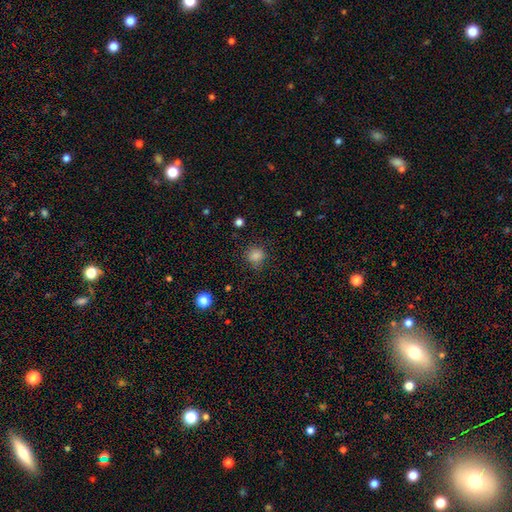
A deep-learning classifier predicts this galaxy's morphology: A smooth galaxy with no disk features (83%) that is round (87%). Merging: none (82%).